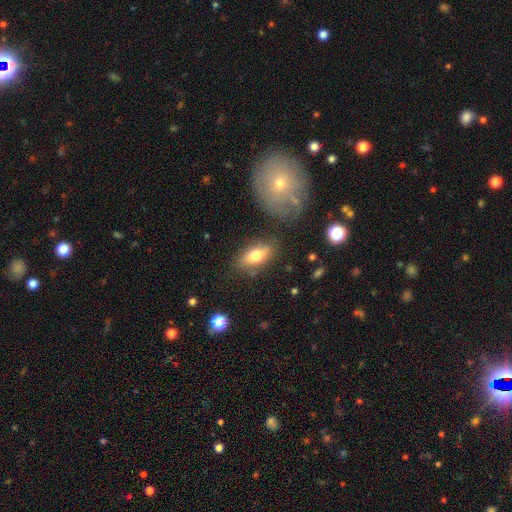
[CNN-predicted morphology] The model was most divided on "smooth or featured": smooth: 72%, featured or disk: 21%, star or artifact: 7%. More confident: how rounded — in between (82%); merging — none (78%).